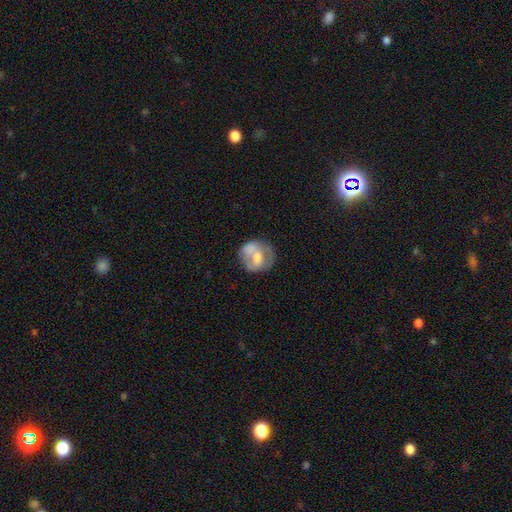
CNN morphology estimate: This is possibly a featured or disk galaxy (47%). Merging: possibly none (51%).